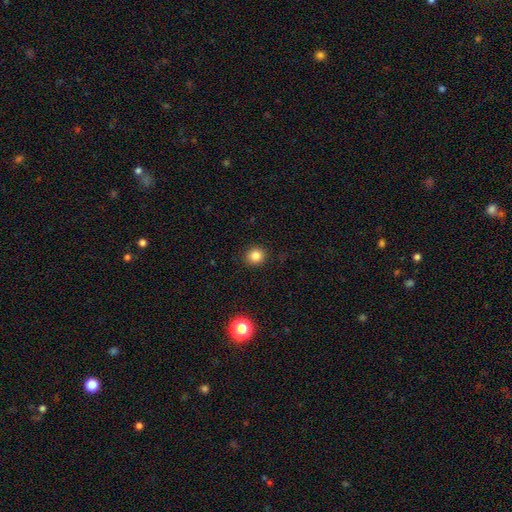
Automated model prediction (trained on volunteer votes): smooth 83%, star or artifact 12%, featured or disk 4%. Down the decision tree: how rounded — round (85%); merging — none (91%).